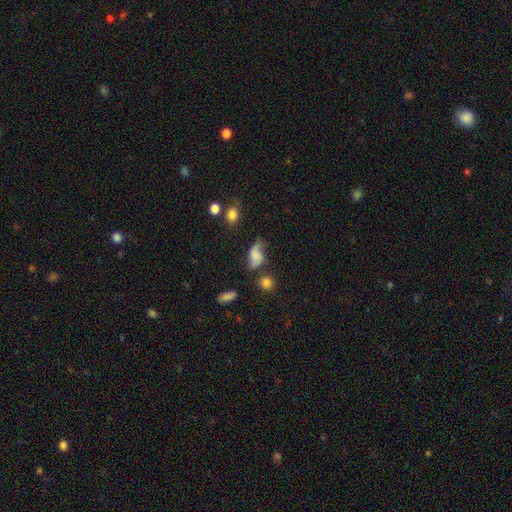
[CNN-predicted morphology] The model was most divided on "smooth or featured": smooth: 51%, featured or disk: 38%, star or artifact: 11%. Remaining: how rounded — in between (80%); merging — none (46%).